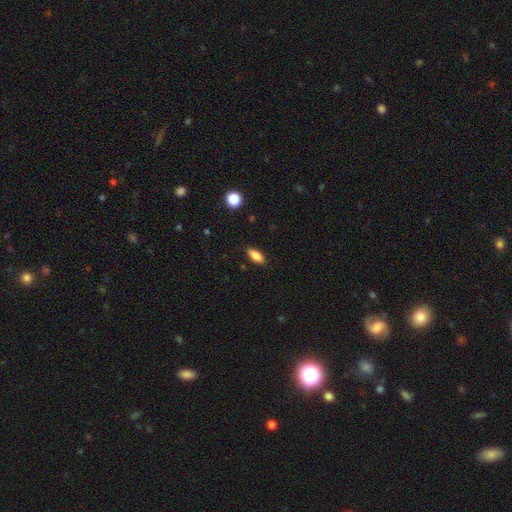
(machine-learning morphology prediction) Smooth or featured? smooth (83%)
How rounded? in between (79%)
Merging? none (87%)